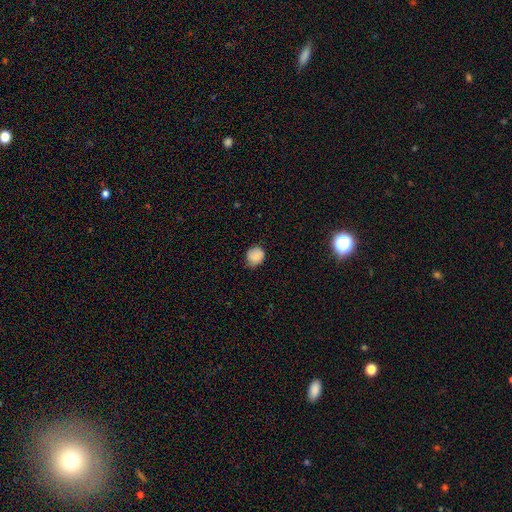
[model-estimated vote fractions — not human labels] A smooth galaxy with no disk features (86%) that is round (78%). Merging: none (71%).